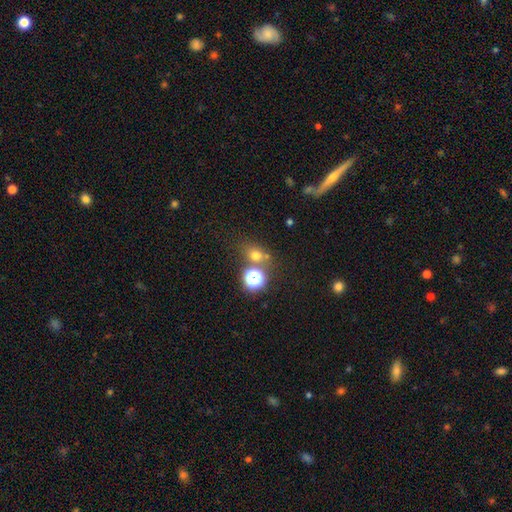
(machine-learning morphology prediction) smooth 63%, star or artifact 27%, featured or disk 10%. Down the decision tree: how rounded — round (66%); merging — none (66%).